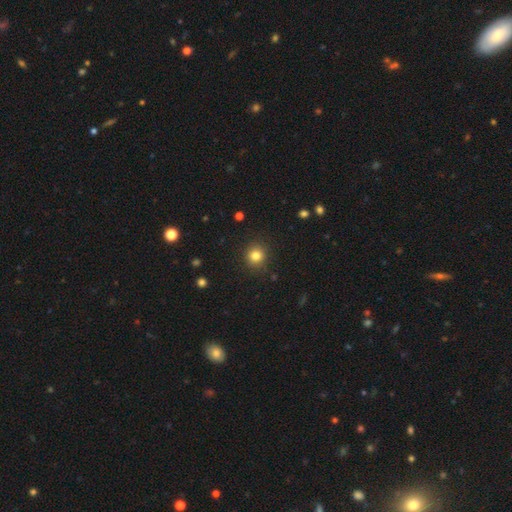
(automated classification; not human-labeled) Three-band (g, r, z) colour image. It shows a smooth galaxy with no disk features (82%) that is round (91%). Merging: none (89%).